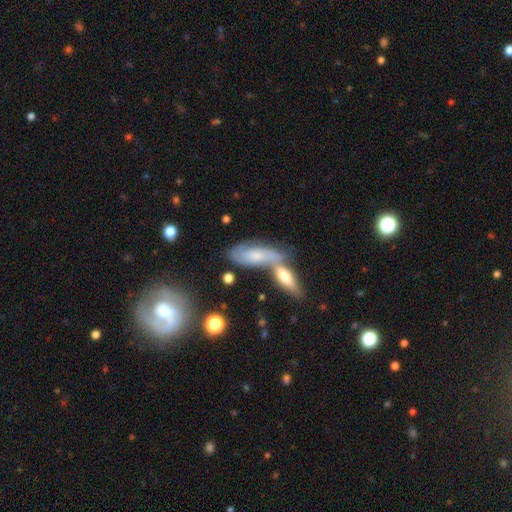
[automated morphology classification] This is possibly a smooth galaxy (55%). How rounded: likely in between (64%). Merging: possibly merger (48%).